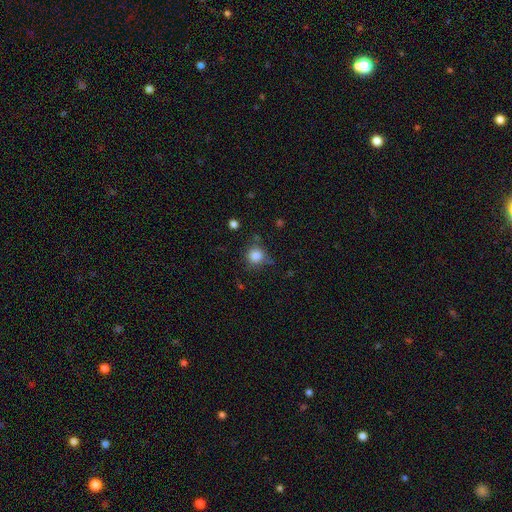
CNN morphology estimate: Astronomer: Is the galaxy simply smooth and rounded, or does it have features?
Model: smooth — 84%.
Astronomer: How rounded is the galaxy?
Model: round — 91%.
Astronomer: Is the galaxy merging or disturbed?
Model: none — 73%.